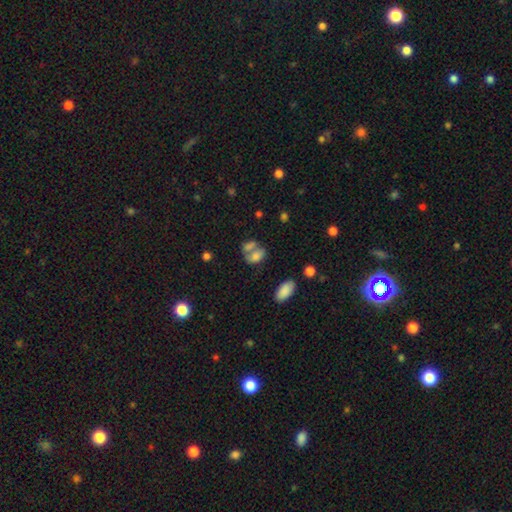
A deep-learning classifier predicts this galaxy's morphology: type=smooth (69%); roundness=in between (79%); merging=merger (48%).